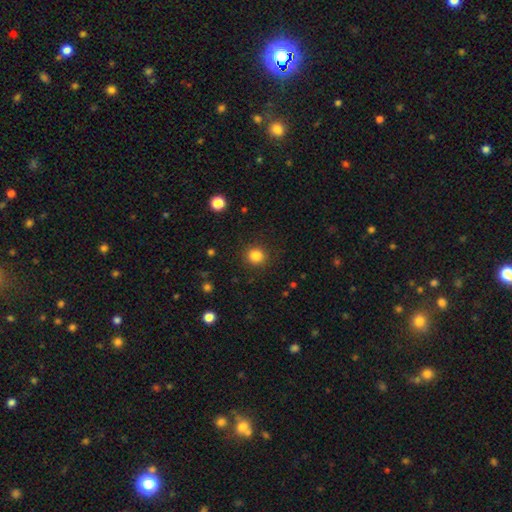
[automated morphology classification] This is clearly a smooth galaxy (84%). How rounded: clearly round (92%). Merging: clearly none (90%).